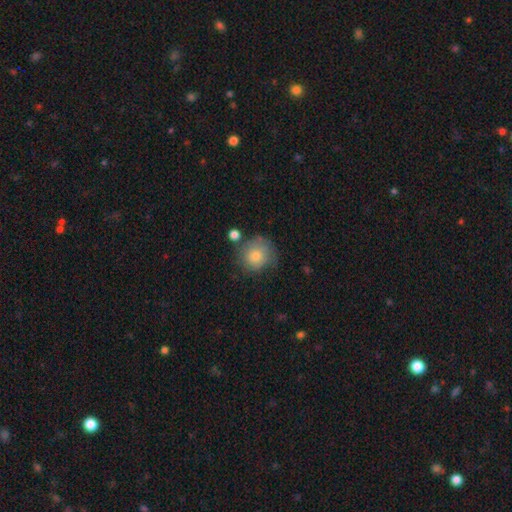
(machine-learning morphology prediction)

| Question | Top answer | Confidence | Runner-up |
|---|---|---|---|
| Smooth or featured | smooth | 73% | featured or disk (18%) |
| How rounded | round | 88% | in between (11%) |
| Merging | none | 65% | minor disturbance (22%) |